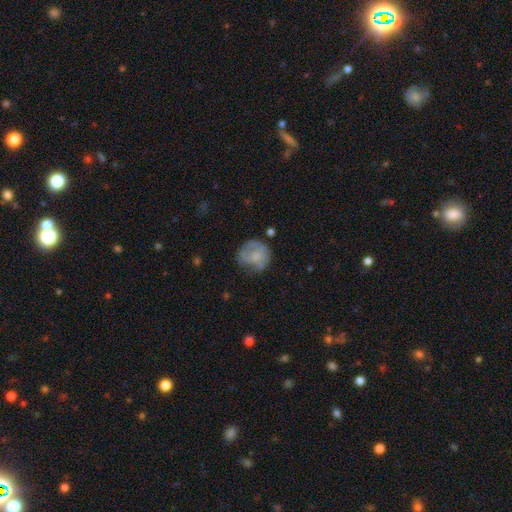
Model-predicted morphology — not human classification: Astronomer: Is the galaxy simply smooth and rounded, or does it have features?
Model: smooth — 54% (runner-up: featured or disk, 38%).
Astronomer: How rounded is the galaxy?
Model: round — 78%.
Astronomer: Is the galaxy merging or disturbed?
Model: none — 51% (runner-up: minor disturbance, 26%).